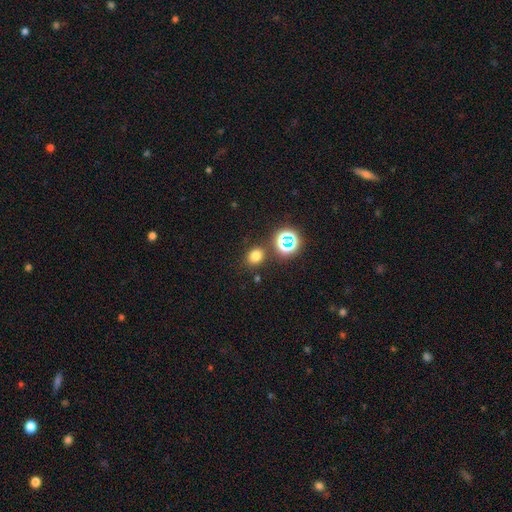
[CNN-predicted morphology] type=smooth (73%); roundness=round (68%); merging=none (83%).